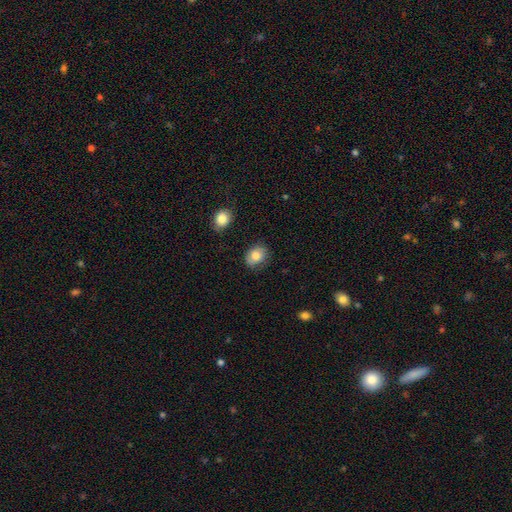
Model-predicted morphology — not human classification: Overall: smooth (78%). How rounded: in between (51%; round 48%). Merging: none (77%).